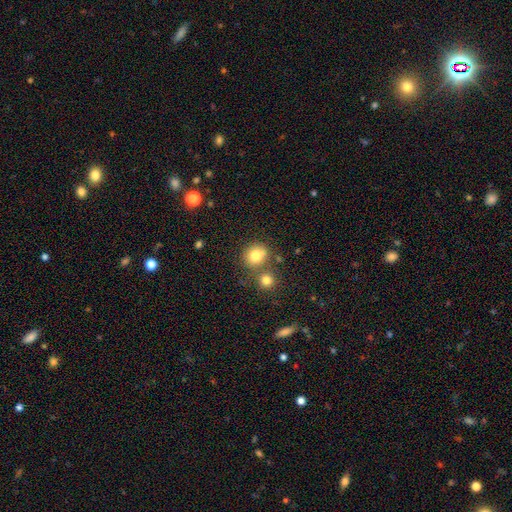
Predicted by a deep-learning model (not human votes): Q: Smooth or featured?
A: smooth (78%); runner-up: star or artifact (12%)
Q: How rounded?
A: round (83%); runner-up: in between (16%)
Q: Merging?
A: none (63%); runner-up: merger (22%)